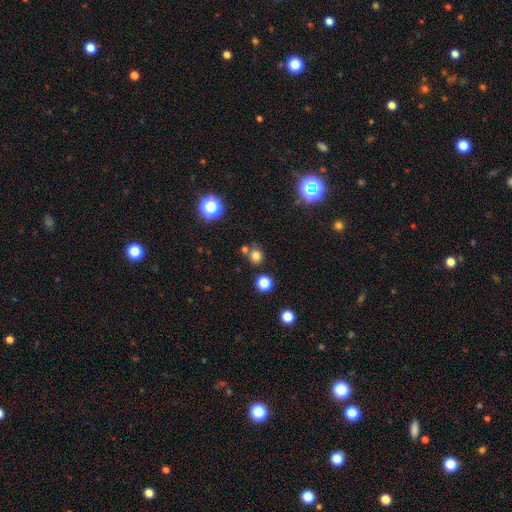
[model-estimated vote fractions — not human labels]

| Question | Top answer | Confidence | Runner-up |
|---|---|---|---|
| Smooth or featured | smooth | 76% | star or artifact (18%) |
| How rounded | round | 89% | in between (10%) |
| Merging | none | 73% | merger (16%) |